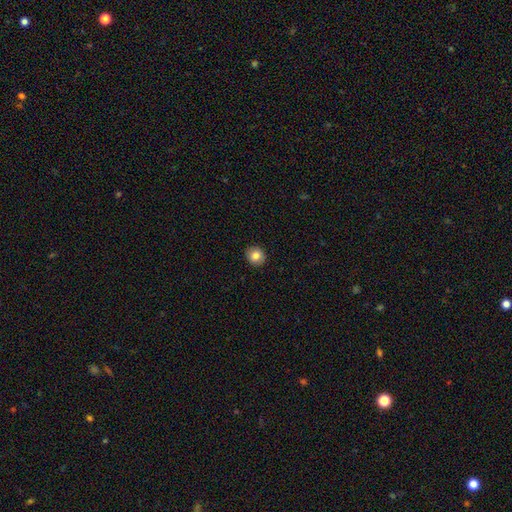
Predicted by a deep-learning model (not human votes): smooth-or-featured: smooth: 82% | featured or disk: 9% | star or artifact: 9%
  how-rounded: round: 88% | in between: 11% | cigar-shaped: 1%
  merging: none: 92% | minor disturbance: 6% | major disturbance: 1% | merger: 1%